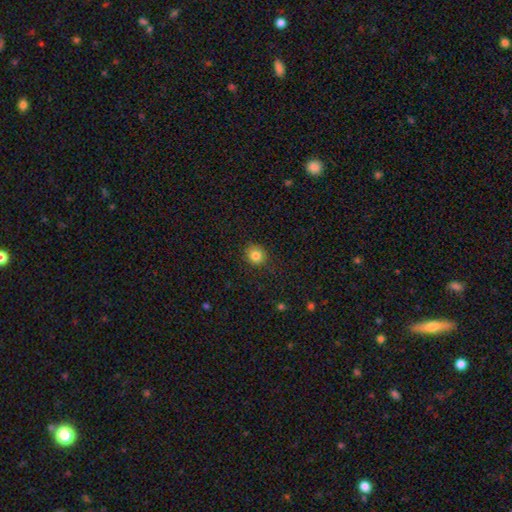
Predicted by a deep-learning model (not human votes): This appears to be a smooth galaxy with no disk features (83%) that is round (84%). Merging: none (86%).